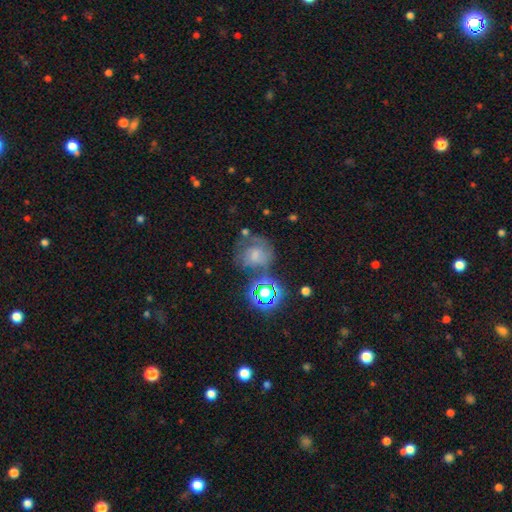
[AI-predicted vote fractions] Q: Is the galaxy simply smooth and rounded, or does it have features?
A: smooth — 44%.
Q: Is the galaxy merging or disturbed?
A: none — 49%.